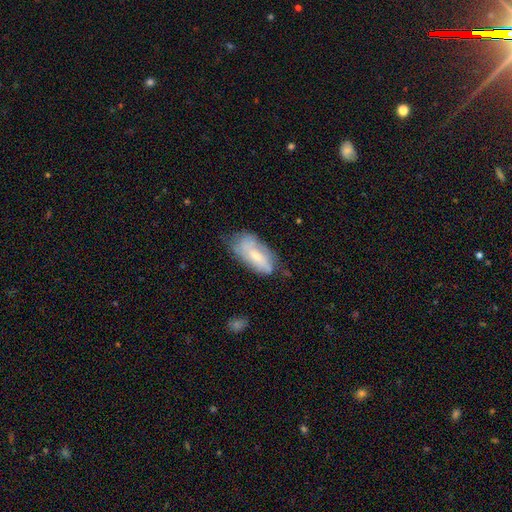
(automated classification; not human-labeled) Smooth or featured?
  - featured or disk: 47% *
  - smooth: 45%
  - star or artifact: 8%
Merging?
  - none: 54% *
  - minor disturbance: 32%
  - major disturbance: 11%
  - merger: 3%